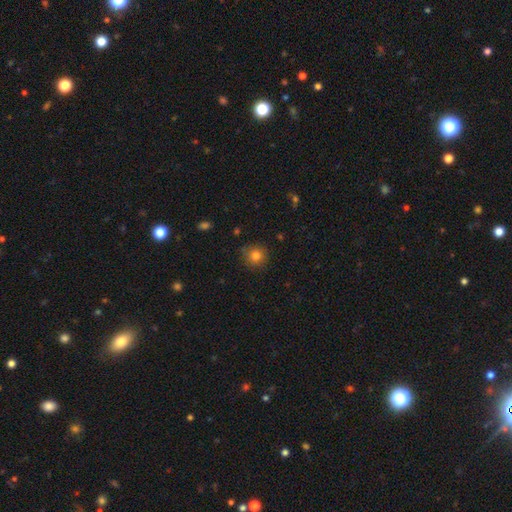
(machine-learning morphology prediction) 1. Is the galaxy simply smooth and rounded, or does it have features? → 82% smooth, 11% star or artifact, 7% featured or disk.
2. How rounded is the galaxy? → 92% round, 7% in between, 1% cigar-shaped.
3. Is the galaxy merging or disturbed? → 86% none, 10% minor disturbance, 2% major disturbance, 1% merger.